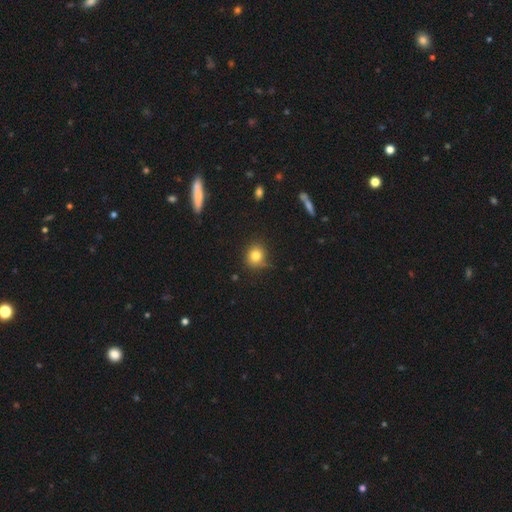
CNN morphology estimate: Smooth or featured? Predicted: smooth (p=0.81). How rounded? Predicted: round (p=0.84). Merging? Predicted: none (p=0.77).